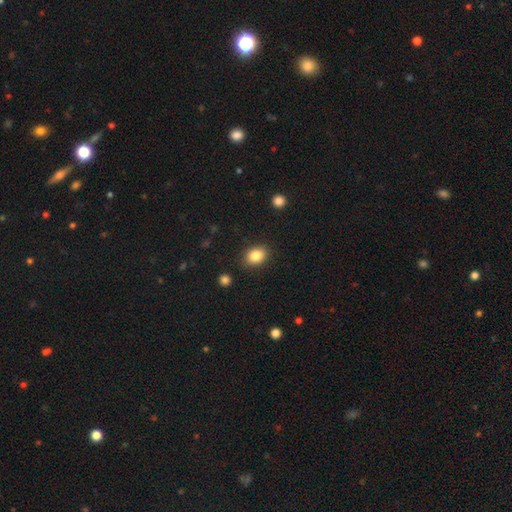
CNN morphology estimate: smooth 85%, star or artifact 9%, featured or disk 6%. Down the decision tree: how rounded — in between (63%); merging — none (87%).